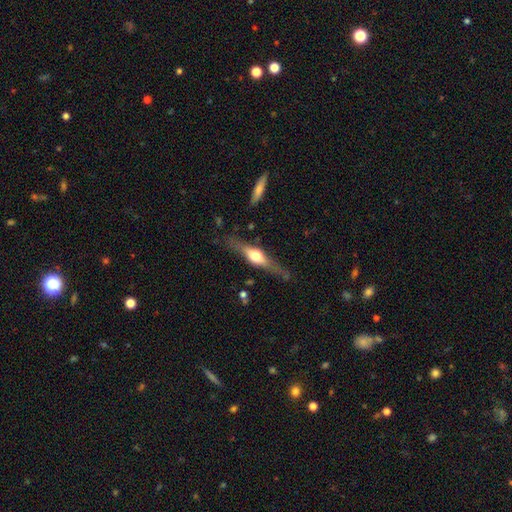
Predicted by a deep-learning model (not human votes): Overall: featured or disk (67%; smooth 27%). Edge-on disk: yes (94%). Edge-on bulge: rounded (92%). Merging: none (77%).